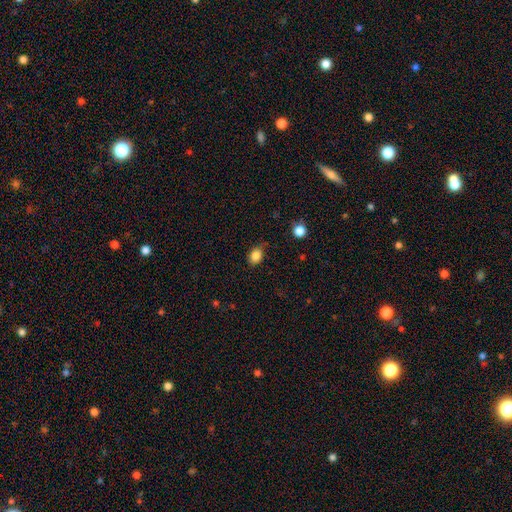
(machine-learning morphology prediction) This appears to be a smooth galaxy with no disk features (85%) that is in between round and cigar-shaped (63%). Merging: none (74%).